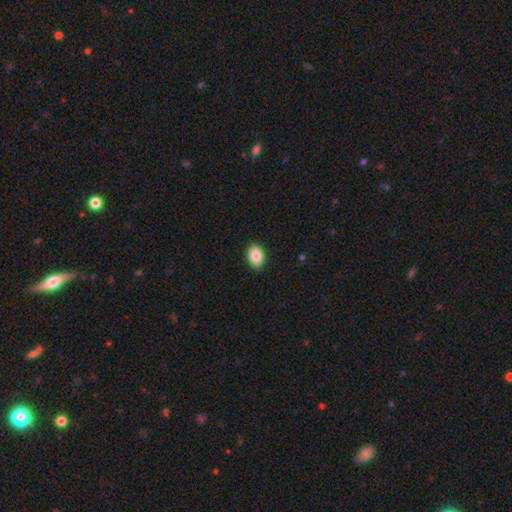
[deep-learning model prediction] smooth 87%, star or artifact 7%, featured or disk 5%. Down the decision tree: how rounded — in between (84%); merging — none (91%).